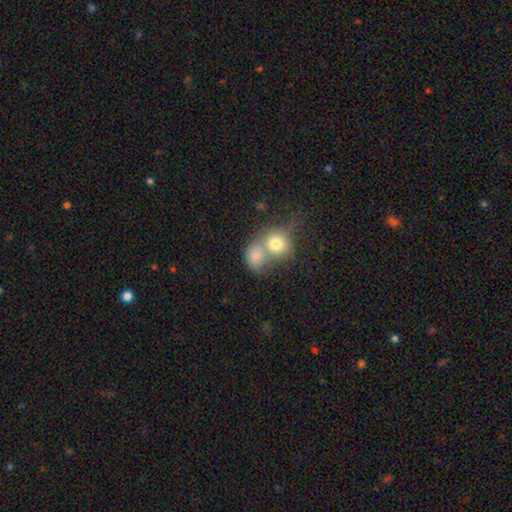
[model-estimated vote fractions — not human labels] Smooth or featured? Predicted: smooth (p=0.76). How rounded? Predicted: round (p=0.63). Merging? Predicted: merger (p=0.63).